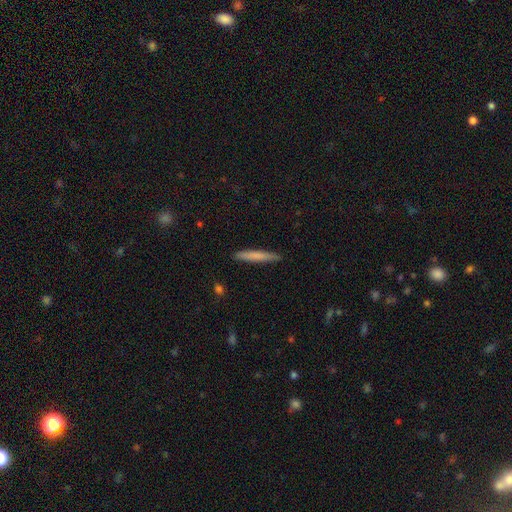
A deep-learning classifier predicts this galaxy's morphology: Q: Smooth or featured?
A: smooth (74%); runner-up: featured or disk (21%)
Q: How rounded?
A: cigar-shaped (95%); runner-up: in between (4%)
Q: Merging?
A: none (89%); runner-up: minor disturbance (8%)